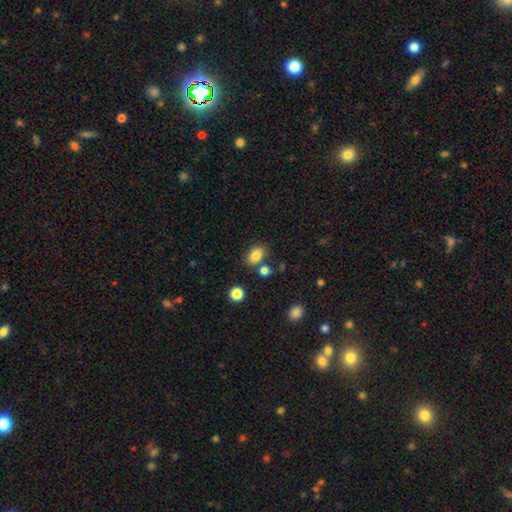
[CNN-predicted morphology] Smooth or featured?
  - smooth: 83% *
  - star or artifact: 10%
  - featured or disk: 7%
How rounded?
  - in between: 79% *
  - round: 20%
  - cigar-shaped: 1%
Merging?
  - none: 74% *
  - minor disturbance: 12%
  - merger: 10%
  - major disturbance: 3%